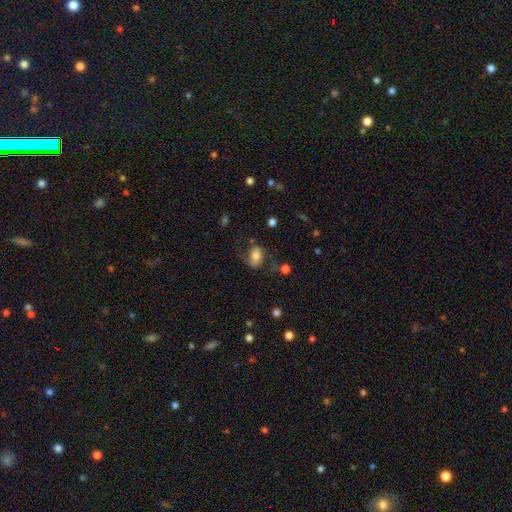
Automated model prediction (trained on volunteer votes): Smooth or featured: smooth — 67% (featured or disk — 24%)
How rounded: in between — 81% (round — 17%)
Merging: none — 58% (minor disturbance — 22%)